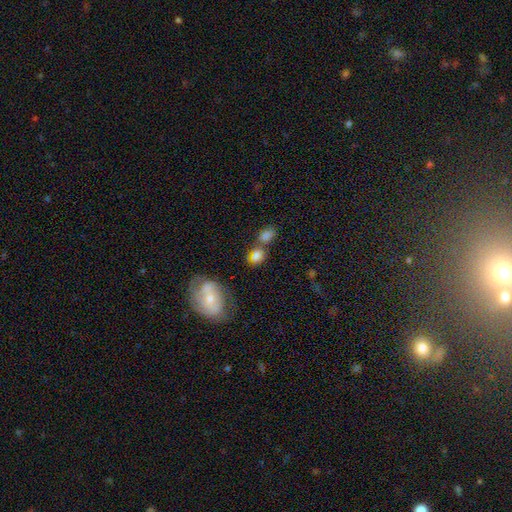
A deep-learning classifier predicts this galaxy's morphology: smooth_or_featured: smooth (p=0.76) [alt: featured or disk p=0.13]
how_rounded: in between (p=0.61) [alt: round p=0.37]
merging: none (p=0.42) [alt: merger p=0.38]